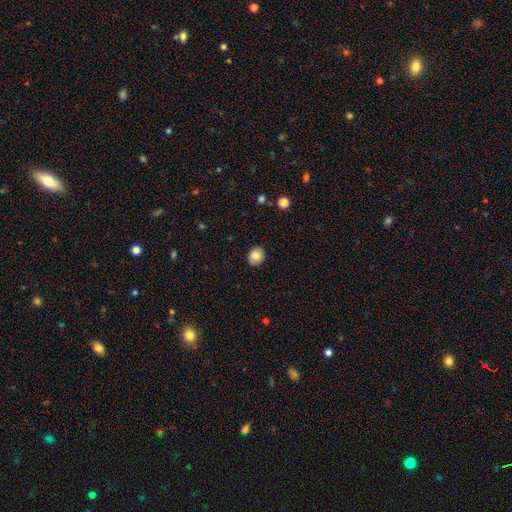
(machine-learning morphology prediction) smooth_or_featured: smooth (p=0.81) [alt: featured or disk p=0.10]
how_rounded: round (p=0.66) [alt: in between p=0.33]
merging: none (p=0.89) [alt: minor disturbance p=0.08]